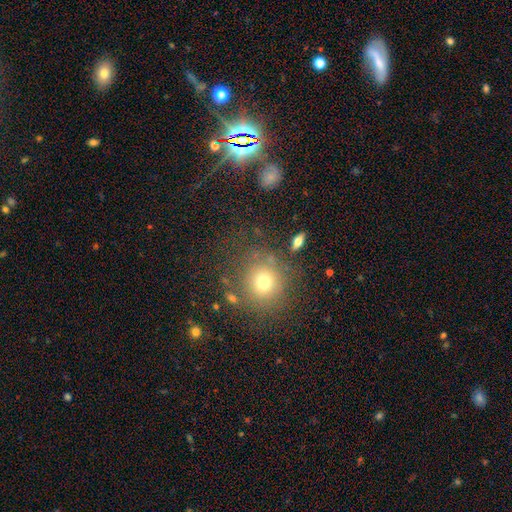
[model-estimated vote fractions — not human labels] Smooth or featured? Predicted: smooth (p=0.47). Merging? Predicted: none (p=0.81).